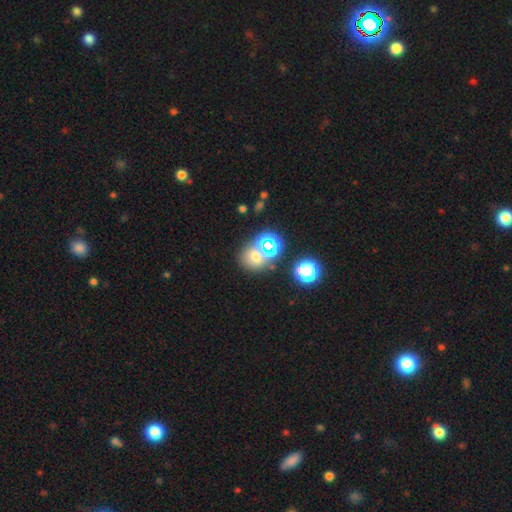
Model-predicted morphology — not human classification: The model was most divided on "smooth or featured": smooth: 56%, star or artifact: 33%, featured or disk: 11%. More confident: how rounded — round (73%); merging — none (57%).